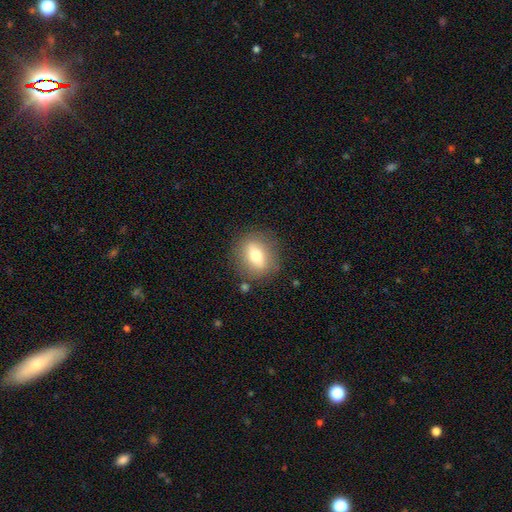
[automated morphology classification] Overall: smooth (63%; featured or disk 28%). How rounded: round (48%; in between 47%). Merging: none (84%).